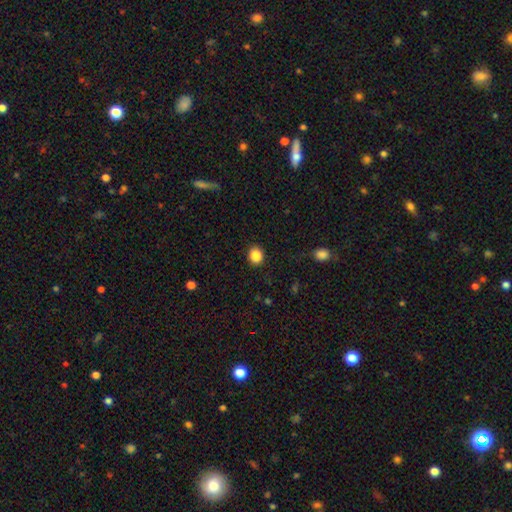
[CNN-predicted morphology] smooth 87%, star or artifact 10%, featured or disk 3%. Down the decision tree: how rounded — round (76%); merging — none (89%).